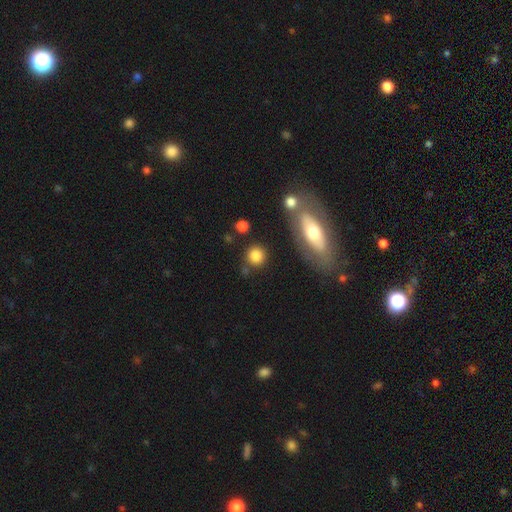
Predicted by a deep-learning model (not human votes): Smooth or featured? smooth (82%)
How rounded? round (88%)
Merging? none (79%)